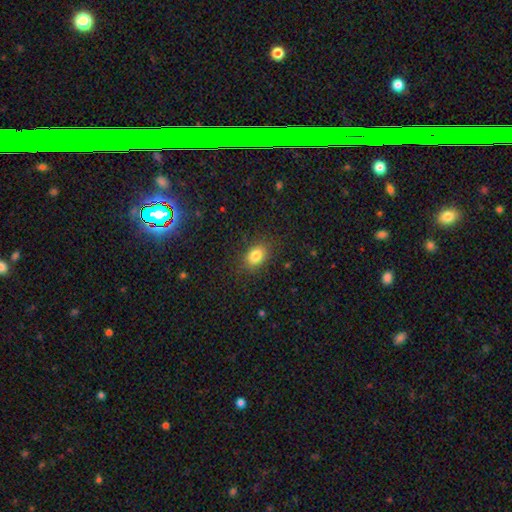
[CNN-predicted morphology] smooth_or_featured: smooth (p=0.83) [alt: star or artifact p=0.10]
how_rounded: in between (p=0.74) [alt: round p=0.25]
merging: none (p=0.85) [alt: minor disturbance p=0.10]